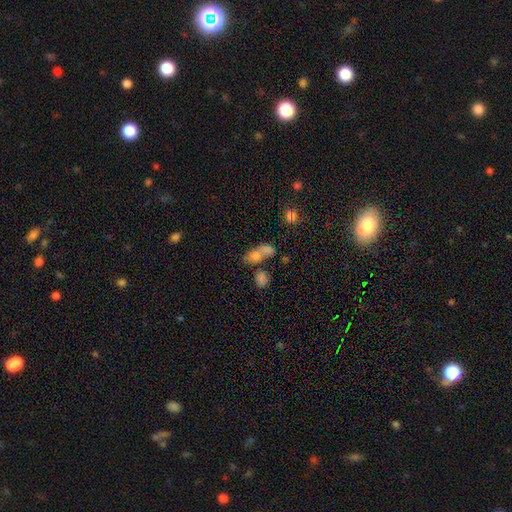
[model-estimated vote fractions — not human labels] smooth-or-featured: smooth: 70% | featured or disk: 17% | star or artifact: 14%
  how-rounded: in between: 70% | round: 22% | cigar-shaped: 8%
  merging: merger: 57% | none: 25% | minor disturbance: 10% | major disturbance: 8%